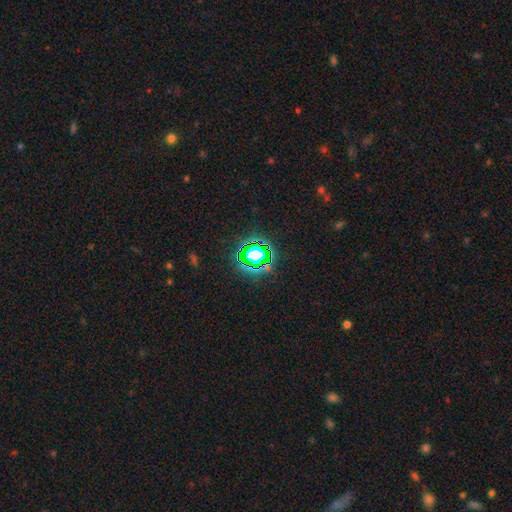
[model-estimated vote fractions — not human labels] smooth-or-featured: star or artifact: 66% | smooth: 21% | featured or disk: 13%